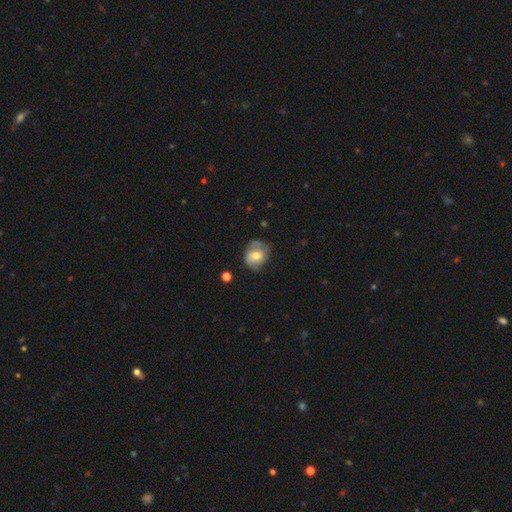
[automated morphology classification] Smooth or featured?
  - smooth: 51% *
  - featured or disk: 42%
  - star or artifact: 7%
How rounded?
  - round: 55% *
  - in between: 44%
  - cigar-shaped: 1%
Merging?
  - none: 53% *
  - minor disturbance: 31%
  - major disturbance: 14%
  - merger: 3%